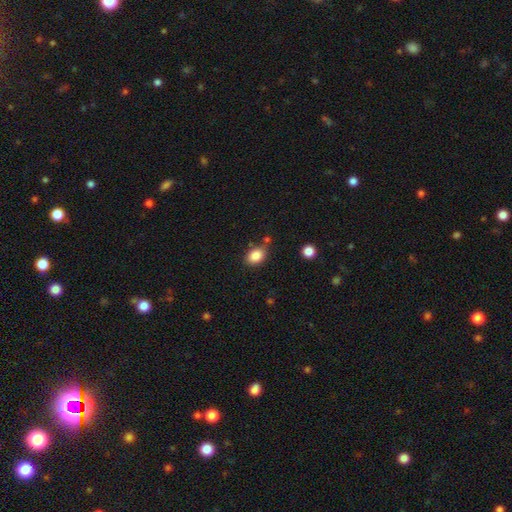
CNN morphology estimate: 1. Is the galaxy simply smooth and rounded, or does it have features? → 86% smooth, 9% star or artifact, 5% featured or disk.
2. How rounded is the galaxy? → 71% in between, 28% round, 1% cigar-shaped.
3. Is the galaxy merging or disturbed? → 72% none, 16% minor disturbance, 8% merger, 4% major disturbance.